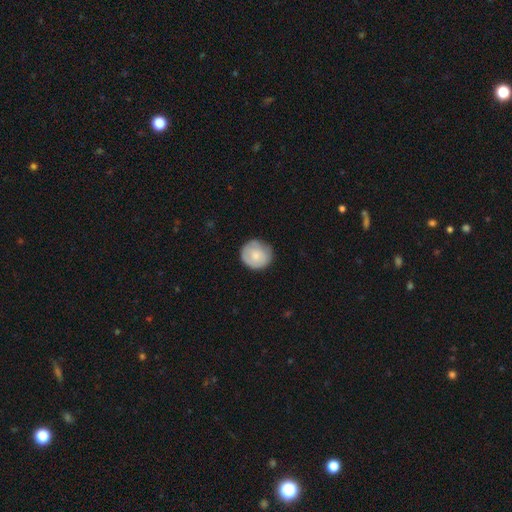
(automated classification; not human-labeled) This appears to be a smooth galaxy with no disk features (73%) that is round (91%). Merging: none (77%).